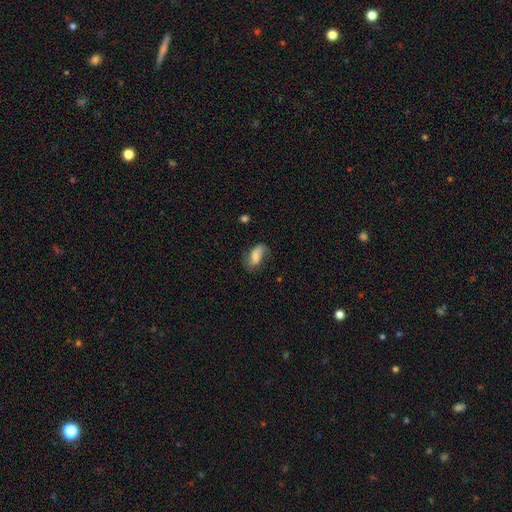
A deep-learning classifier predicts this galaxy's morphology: The model was most divided on "smooth or featured": smooth: 57%, featured or disk: 35%, star or artifact: 9%. More confident: how rounded — in between (89%); merging — none (53%).